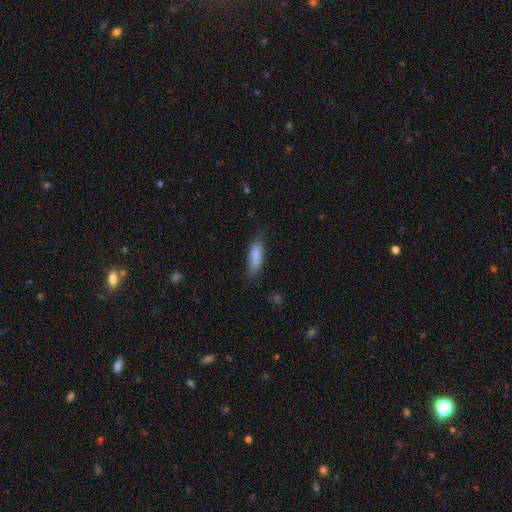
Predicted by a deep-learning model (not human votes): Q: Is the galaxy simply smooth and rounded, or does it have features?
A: smooth — 83%.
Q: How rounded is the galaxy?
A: in between — 56%.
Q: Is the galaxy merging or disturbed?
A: none — 64%.